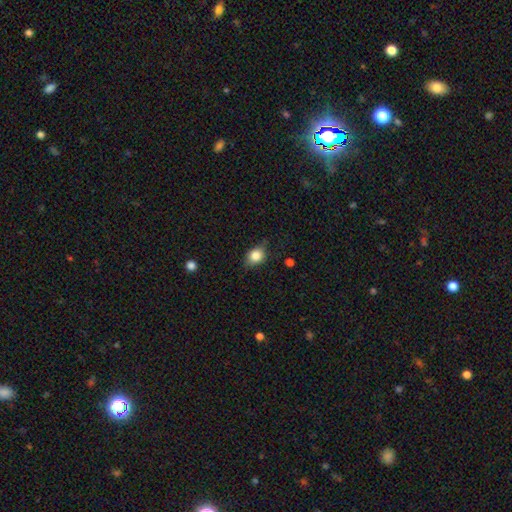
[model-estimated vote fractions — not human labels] This is likely a smooth galaxy (79%). How rounded: possibly round (50%). Merging: likely none (67%).